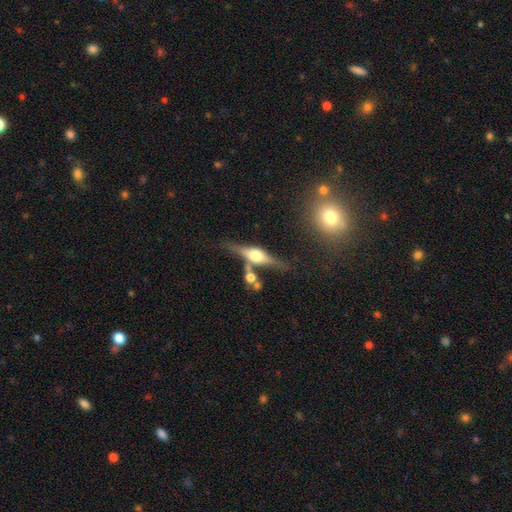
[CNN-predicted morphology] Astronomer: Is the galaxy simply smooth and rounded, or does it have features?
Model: featured or disk — 74%.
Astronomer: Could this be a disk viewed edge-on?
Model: yes — 95%.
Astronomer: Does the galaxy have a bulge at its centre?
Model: rounded — 91%.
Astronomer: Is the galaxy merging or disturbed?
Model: none — 67%.